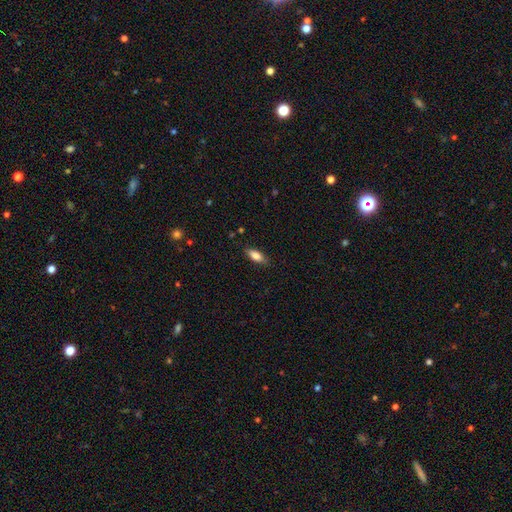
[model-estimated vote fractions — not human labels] Overall: smooth (80%). How rounded: in between (74%). Merging: none (86%).